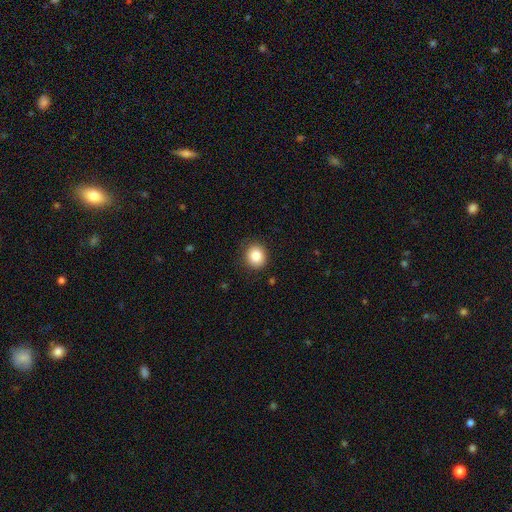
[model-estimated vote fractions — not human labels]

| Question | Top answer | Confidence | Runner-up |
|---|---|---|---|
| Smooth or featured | smooth | 86% | star or artifact (9%) |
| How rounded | round | 81% | in between (18%) |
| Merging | none | 87% | minor disturbance (9%) |